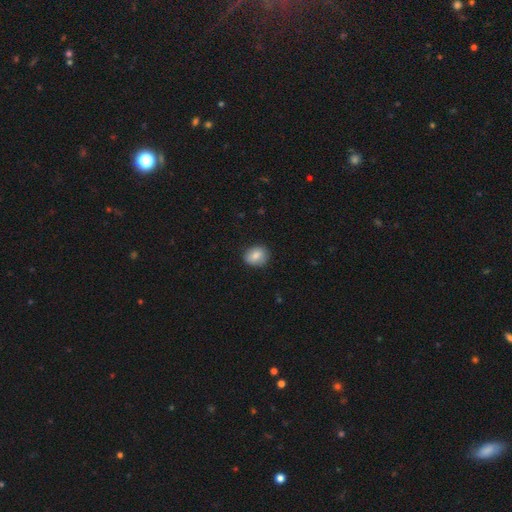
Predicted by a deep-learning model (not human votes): Smooth or featured?
  - smooth: 83% *
  - featured or disk: 9%
  - star or artifact: 8%
How rounded?
  - in between: 52% *
  - round: 47%
  - cigar-shaped: 1%
Merging?
  - none: 83% *
  - minor disturbance: 13%
  - major disturbance: 3%
  - merger: 1%